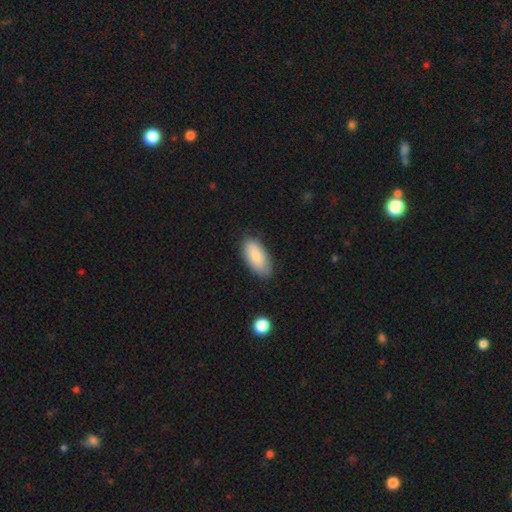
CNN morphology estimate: This appears to be a smooth galaxy with no disk features (84%) that is in between round and cigar-shaped (90%). Merging: none (82%).